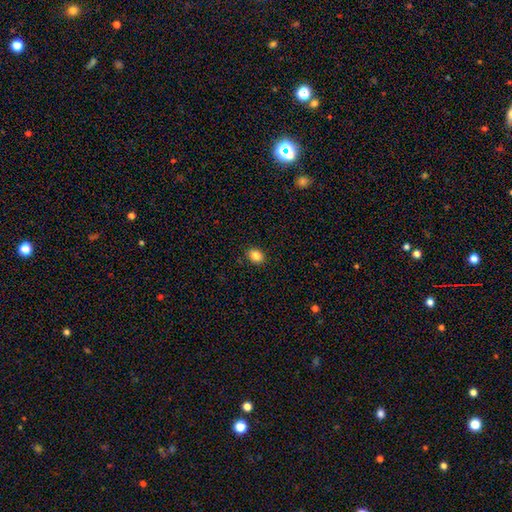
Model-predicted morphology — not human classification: smooth 84%, star or artifact 10%, featured or disk 6%. Down the decision tree: how rounded — in between (62%); merging — none (89%).